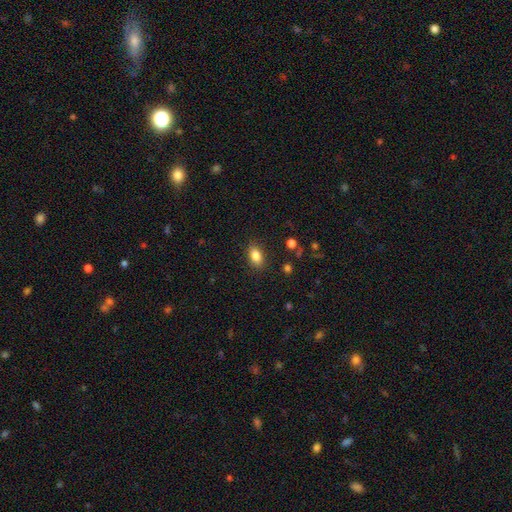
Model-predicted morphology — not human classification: Q: Smooth or featured?
A: smooth (84%); runner-up: star or artifact (9%)
Q: How rounded?
A: in between (85%); runner-up: round (12%)
Q: Merging?
A: none (86%); runner-up: minor disturbance (10%)